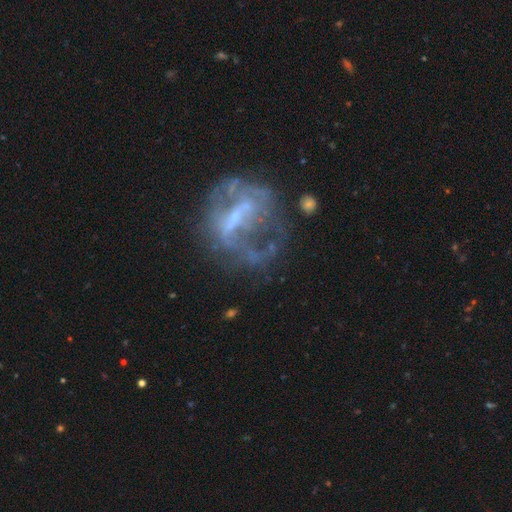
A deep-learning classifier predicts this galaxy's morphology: A featured or disk galaxy (69%) with no bar (42%), no spiral arms (68%) and no central bulge (41%). Merging: none (39%).